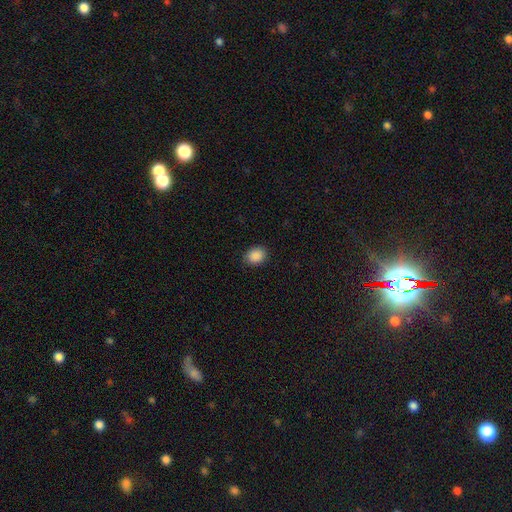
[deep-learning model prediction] Smooth or featured? Predicted: smooth (p=0.89). How rounded? Predicted: in between (p=0.52). Merging? Predicted: none (p=0.88).